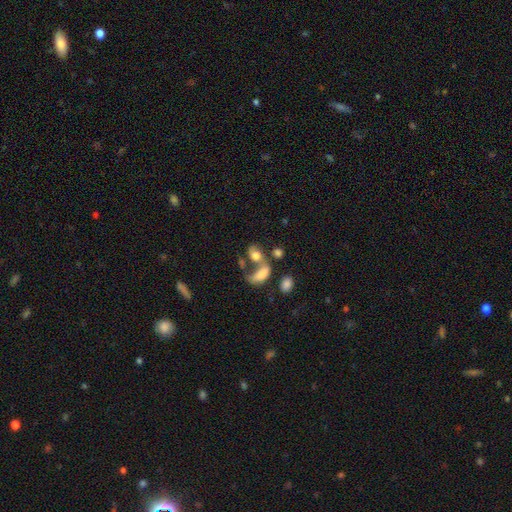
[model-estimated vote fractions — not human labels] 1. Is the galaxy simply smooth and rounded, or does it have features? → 58% smooth, 31% featured or disk, 11% star or artifact.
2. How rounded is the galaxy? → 76% in between, 20% round, 4% cigar-shaped.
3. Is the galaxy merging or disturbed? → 52% merger, 22% none, 15% major disturbance, 10% minor disturbance.